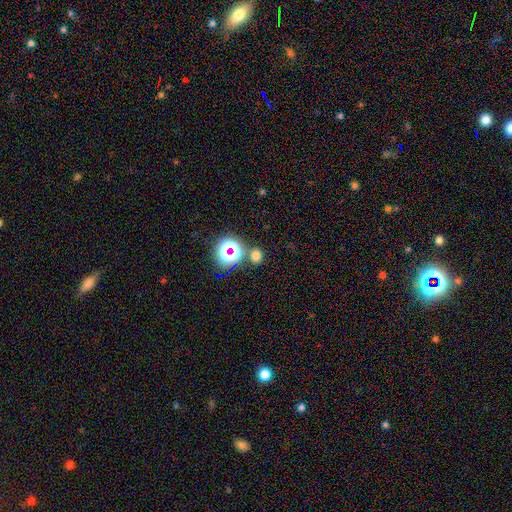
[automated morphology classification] A smooth galaxy with no disk features (65%) that is round (77%).

Vote fractions:
- Smooth or featured? smooth: 65% / star or artifact: 29% / featured or disk: 6%
- How rounded? round: 77% / in between: 22% / cigar-shaped: 1%
- Merging? none: 78% / merger: 12% / minor disturbance: 7% / major disturbance: 3%